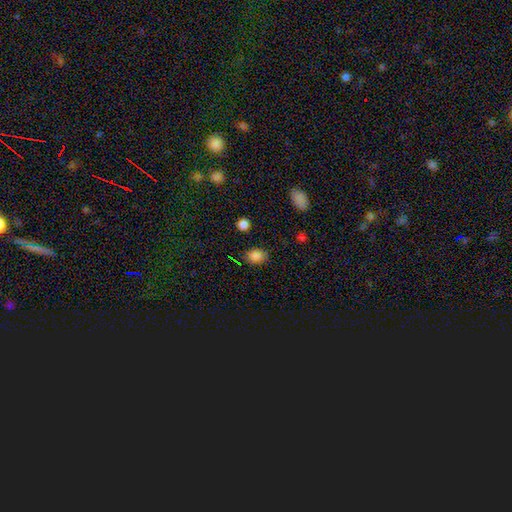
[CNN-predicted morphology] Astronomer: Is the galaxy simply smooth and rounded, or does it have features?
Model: smooth — 83%.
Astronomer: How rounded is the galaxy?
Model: in between — 66%.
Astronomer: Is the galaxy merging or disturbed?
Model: none — 83%.